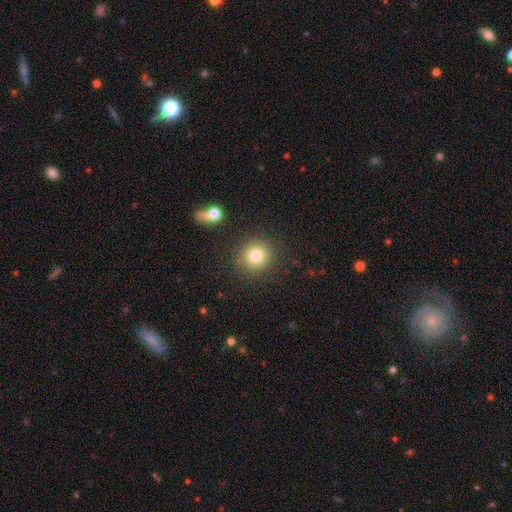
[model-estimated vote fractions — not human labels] This is clearly a smooth galaxy (81%). How rounded: clearly round (92%). Merging: clearly none (85%).